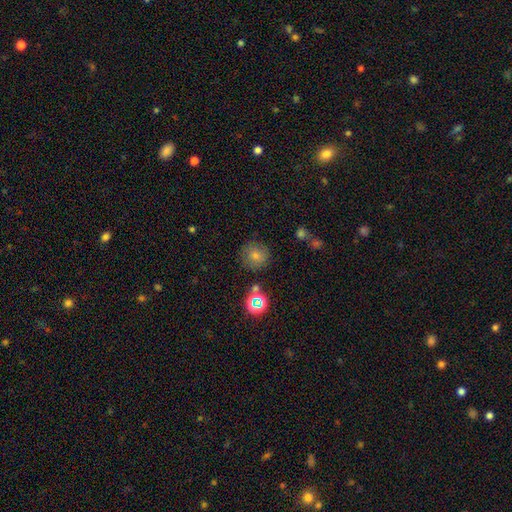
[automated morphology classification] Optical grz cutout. It shows a smooth galaxy with no disk features (66%) that is round (93%). Merging: none (84%).